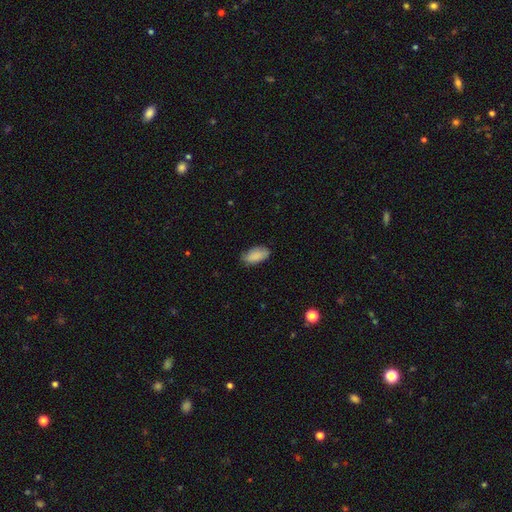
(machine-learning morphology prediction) type=smooth (88%); roundness=in between (93%); merging=none (76%).